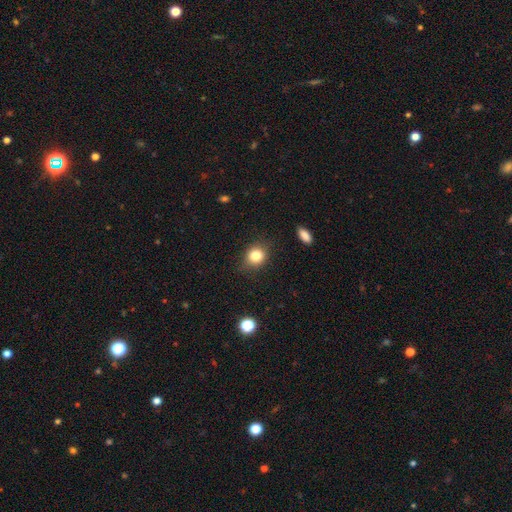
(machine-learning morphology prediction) The model was most divided on "how rounded": round: 69%, in between: 30%, cigar-shaped: 1%. More confident: smooth or featured — smooth (82%); merging — none (81%).